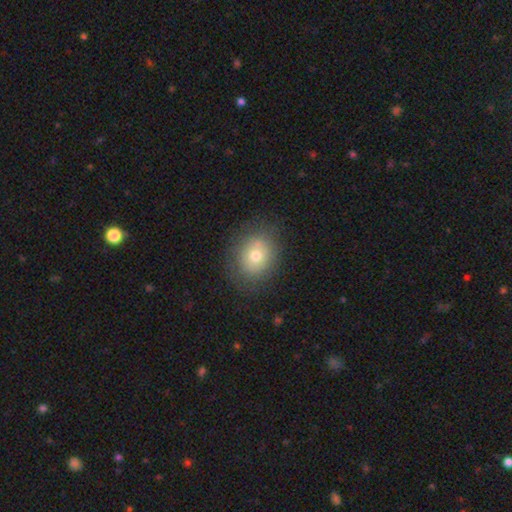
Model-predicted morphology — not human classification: Smooth or featured? Predicted: smooth (p=0.71). How rounded? Predicted: round (p=0.62). Merging? Predicted: none (p=0.80).